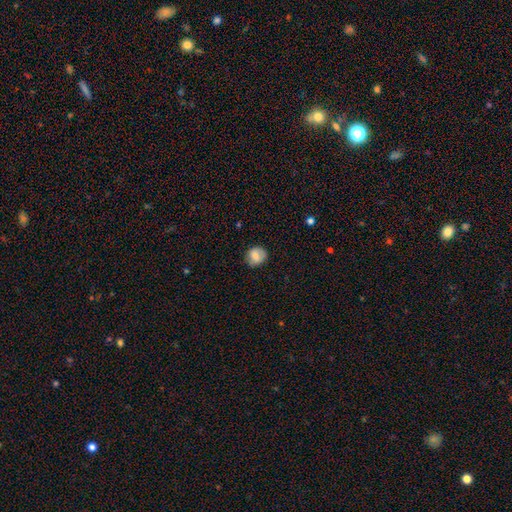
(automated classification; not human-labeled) smooth 79%, featured or disk 12%, star or artifact 8%. Down the decision tree: how rounded — round (78%); merging — none (77%).